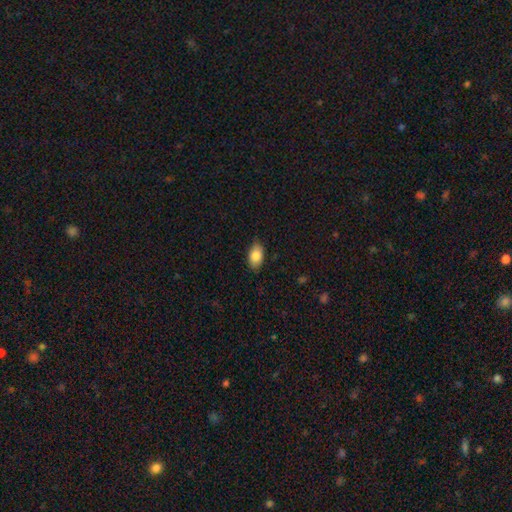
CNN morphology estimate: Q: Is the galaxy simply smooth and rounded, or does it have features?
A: smooth — 84%.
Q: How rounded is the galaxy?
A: in between — 91%.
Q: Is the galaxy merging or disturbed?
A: none — 82%.